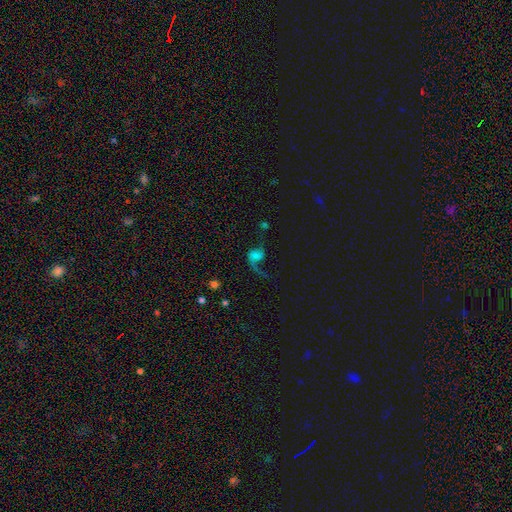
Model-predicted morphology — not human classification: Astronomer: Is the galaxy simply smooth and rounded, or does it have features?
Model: featured or disk — 66%.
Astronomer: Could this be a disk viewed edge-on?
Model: no — 97%.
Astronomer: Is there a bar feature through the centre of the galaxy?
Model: no — 62%.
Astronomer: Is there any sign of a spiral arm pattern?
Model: yes — 90%.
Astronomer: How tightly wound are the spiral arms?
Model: loose — 85%.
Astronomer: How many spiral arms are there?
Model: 2 — 56% (runner-up: 1, 40%).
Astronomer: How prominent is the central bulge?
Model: none — 41% (runner-up: small, 22%).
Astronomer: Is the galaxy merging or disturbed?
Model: none — 41% (runner-up: major disturbance, 37%).